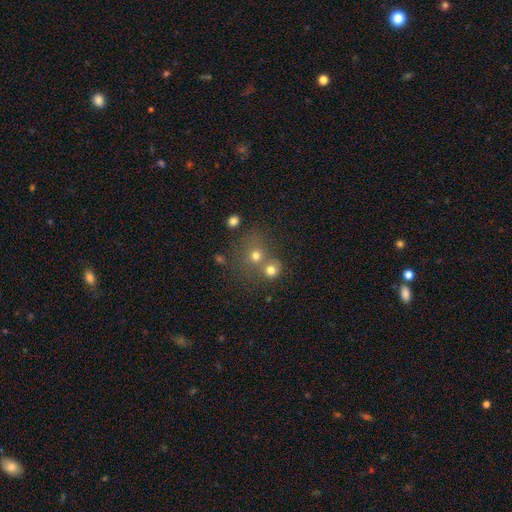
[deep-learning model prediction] Morphology: type=smooth (70%); roundness=round (82%); merging=none (49%).